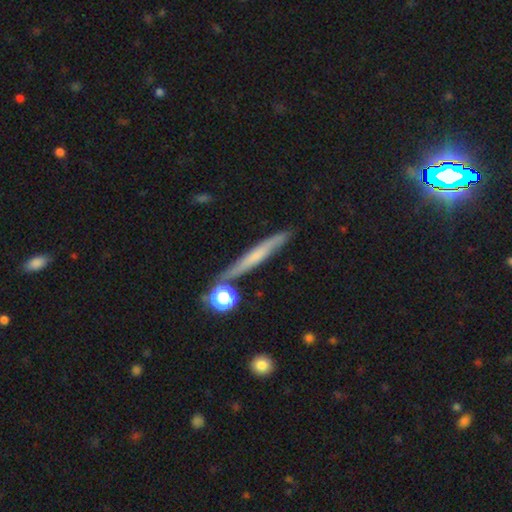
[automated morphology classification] Overall: smooth (47%; featured or disk 43%). Merging: none (80%).